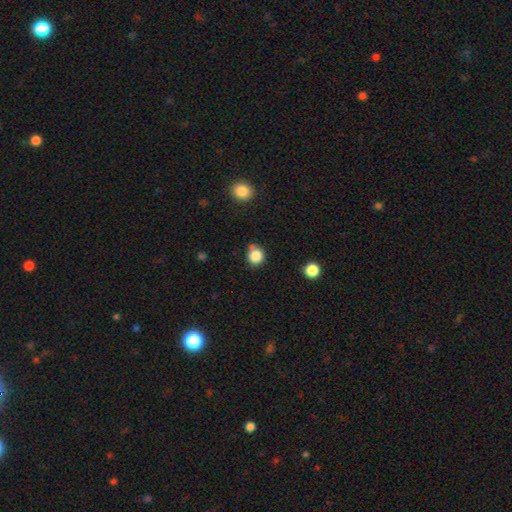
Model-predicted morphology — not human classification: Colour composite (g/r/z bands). It shows a smooth galaxy with no disk features (85%) that is round (87%). Merging: none (71%).